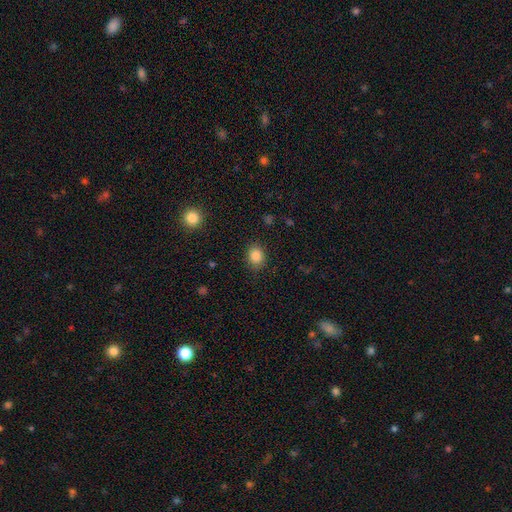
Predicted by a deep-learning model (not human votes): smooth-or-featured: smooth: 85% | star or artifact: 10% | featured or disk: 5%
  how-rounded: round: 57% | in between: 42% | cigar-shaped: 1%
  merging: none: 85% | minor disturbance: 11% | major disturbance: 3% | merger: 1%